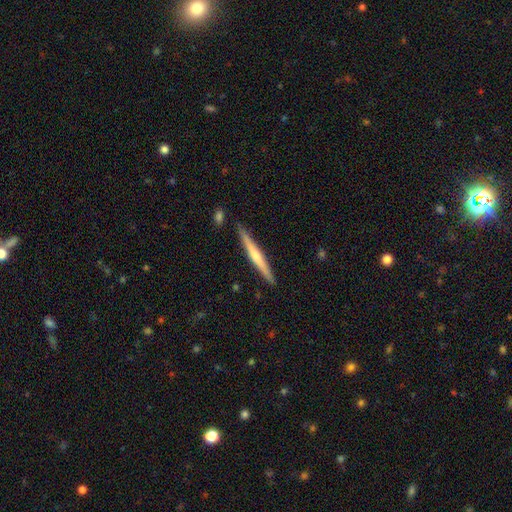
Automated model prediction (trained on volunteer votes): Smooth or featured?
  - featured or disk: 58% *
  - smooth: 36%
  - star or artifact: 6%
Edge-on disk?
  - yes: 97% *
  - no: 3%
Edge-on bulge?
  - rounded: 60% *
  - none: 31%
  - boxy: 9%
Merging?
  - none: 88% *
  - minor disturbance: 9%
  - merger: 2%
  - major disturbance: 2%